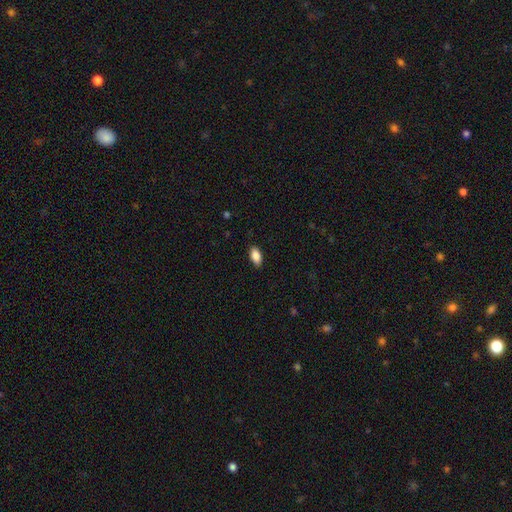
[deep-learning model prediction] Smooth or featured? smooth (88%)
How rounded? in between (91%)
Merging? none (88%)